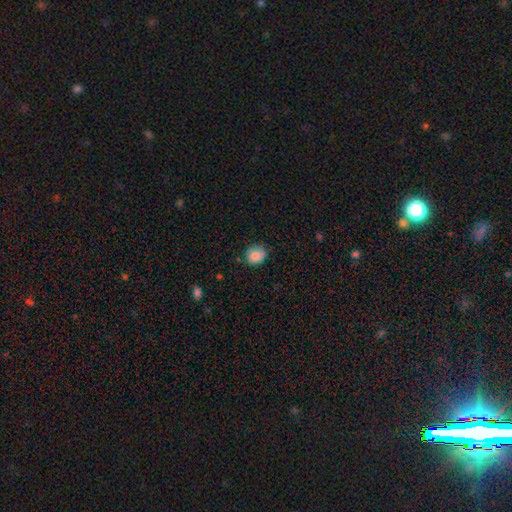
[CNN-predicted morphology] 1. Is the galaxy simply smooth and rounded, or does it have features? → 85% smooth, 8% star or artifact, 7% featured or disk.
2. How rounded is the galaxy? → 69% round, 30% in between, 1% cigar-shaped.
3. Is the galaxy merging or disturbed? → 72% none, 22% minor disturbance, 4% major disturbance, 2% merger.